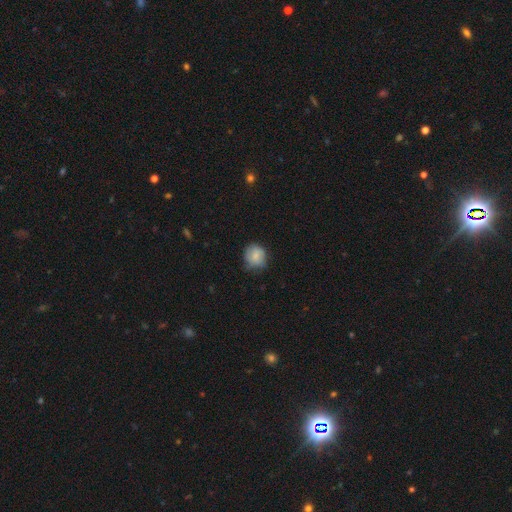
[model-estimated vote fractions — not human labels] Smooth or featured? Predicted: smooth (p=0.78). How rounded? Predicted: round (p=0.82). Merging? Predicted: none (p=0.67).